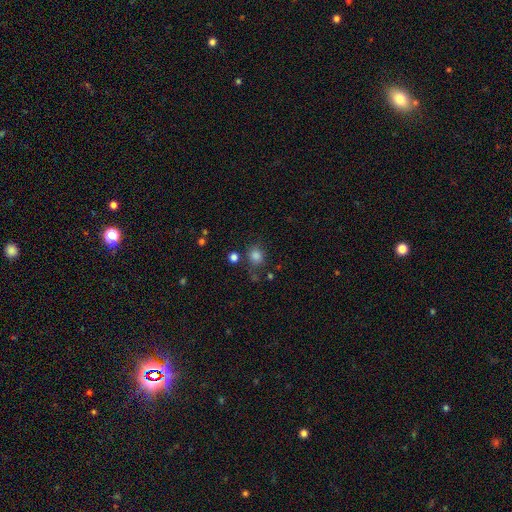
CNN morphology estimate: smooth 82%, star or artifact 13%, featured or disk 5%. Down the decision tree: how rounded — round (77%); merging — none (72%).